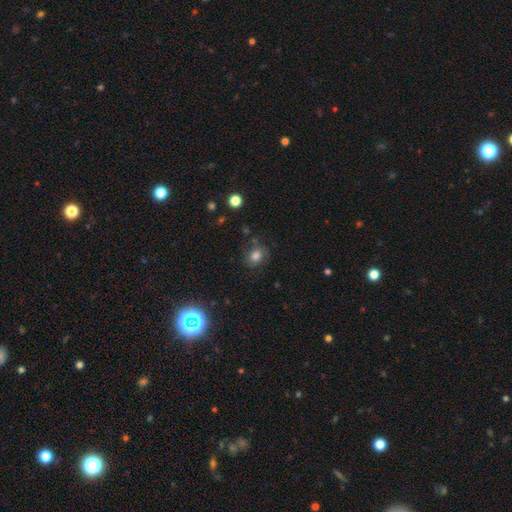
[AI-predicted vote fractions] Overall: smooth (72%). How rounded: round (71%). Merging: none (73%).